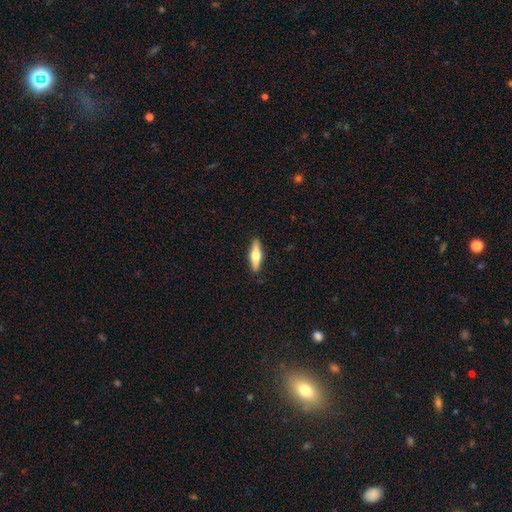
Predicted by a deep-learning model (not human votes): The model was most divided on "smooth or featured": smooth: 52%, featured or disk: 43%, star or artifact: 6%. More confident: merging — none (89%); how rounded — cigar-shaped (64%).